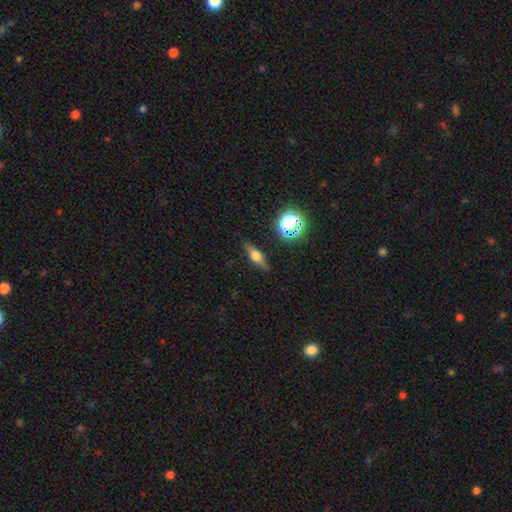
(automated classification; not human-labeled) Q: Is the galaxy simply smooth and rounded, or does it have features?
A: featured or disk — 56%.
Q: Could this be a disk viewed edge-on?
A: yes — 93%.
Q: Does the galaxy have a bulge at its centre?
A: rounded — 91%.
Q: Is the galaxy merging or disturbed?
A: none — 85%.